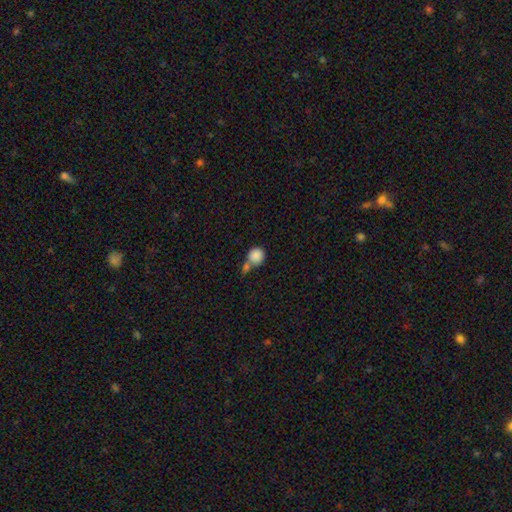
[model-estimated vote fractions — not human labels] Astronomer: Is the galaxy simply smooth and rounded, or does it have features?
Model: smooth — 86%.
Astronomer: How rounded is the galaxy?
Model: round — 86%.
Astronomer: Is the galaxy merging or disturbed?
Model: merger — 45% (runner-up: none, 39%).